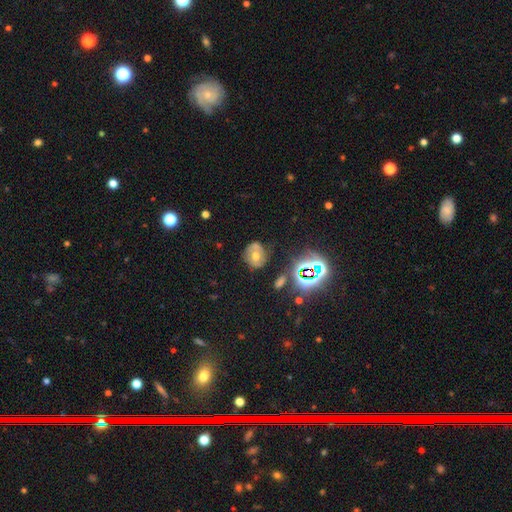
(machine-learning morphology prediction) Smooth or featured: featured or disk — 42% (smooth — 34%)
Merging: none — 69% (minor disturbance — 19%)